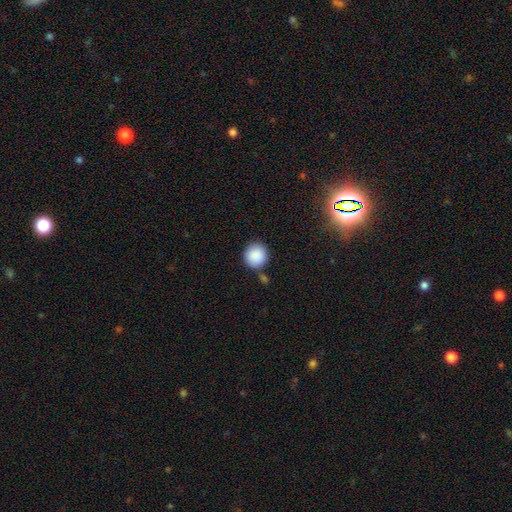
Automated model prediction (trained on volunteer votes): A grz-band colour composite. It shows a smooth galaxy with no disk features (89%) that is round (92%). Merging: none (81%).